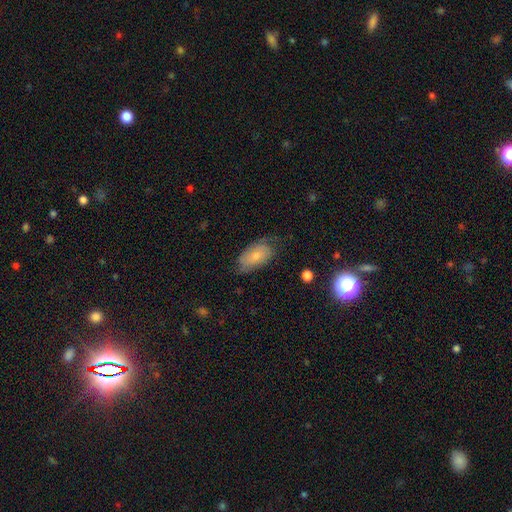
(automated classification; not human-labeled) Smooth or featured? smooth (61%)
How rounded? in between (92%)
Merging? none (58%)